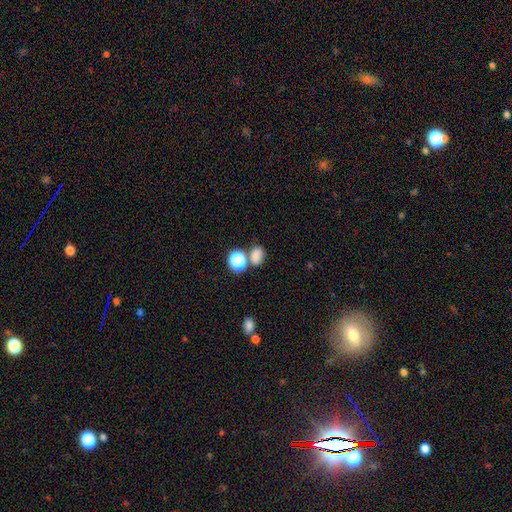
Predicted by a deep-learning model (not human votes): smooth-or-featured: smooth: 78% | star or artifact: 17% | featured or disk: 5%
  how-rounded: in between: 63% | round: 35% | cigar-shaped: 1%
  merging: none: 63% | merger: 21% | minor disturbance: 12% | major disturbance: 4%